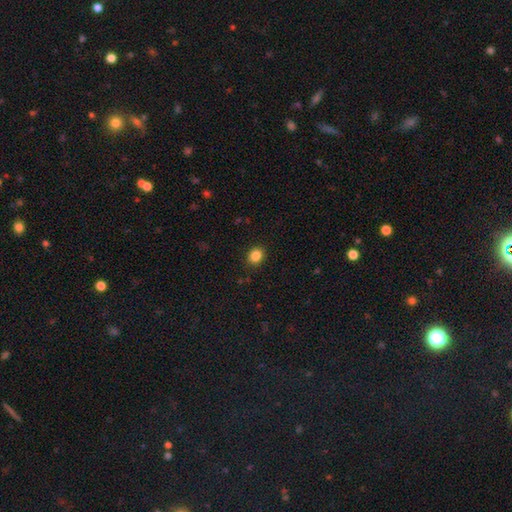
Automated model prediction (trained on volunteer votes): Smooth or featured?
  - smooth: 86% *
  - star or artifact: 10%
  - featured or disk: 4%
How rounded?
  - round: 65% *
  - in between: 34%
  - cigar-shaped: 1%
Merging?
  - none: 90% *
  - minor disturbance: 7%
  - major disturbance: 2%
  - merger: 1%